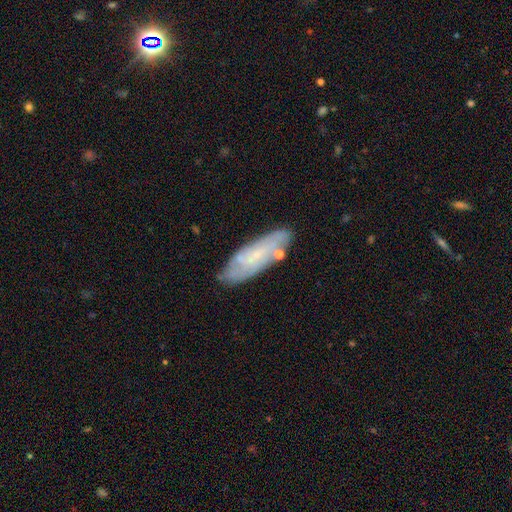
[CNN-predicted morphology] Overall: featured or disk (57%; smooth 35%). Edge-on disk: no (79%). Merging: none (76%).